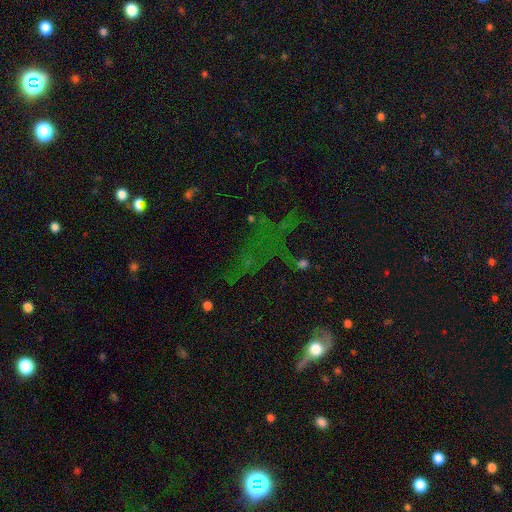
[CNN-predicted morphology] A star or artifact, not a galaxy (59%).

Vote fractions:
- Smooth or featured? star or artifact: 59% / smooth: 26% / featured or disk: 15%